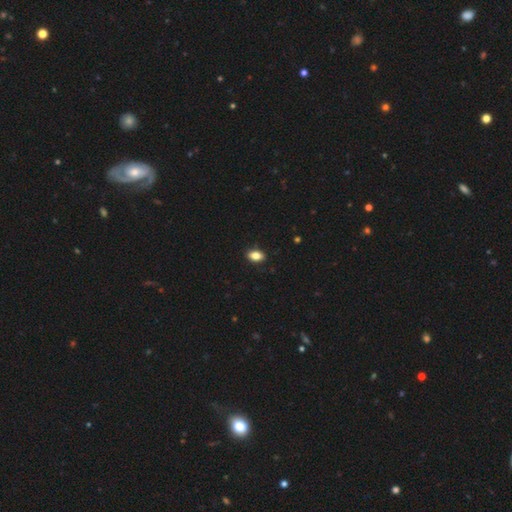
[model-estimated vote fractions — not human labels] A smooth galaxy with no disk features (84%) that is in between round and cigar-shaped (87%).

Vote fractions:
- Smooth or featured? smooth: 84% / star or artifact: 9% / featured or disk: 8%
- How rounded? in between: 87% / round: 10% / cigar-shaped: 3%
- Merging? none: 89% / minor disturbance: 9% / major disturbance: 2% / merger: 1%